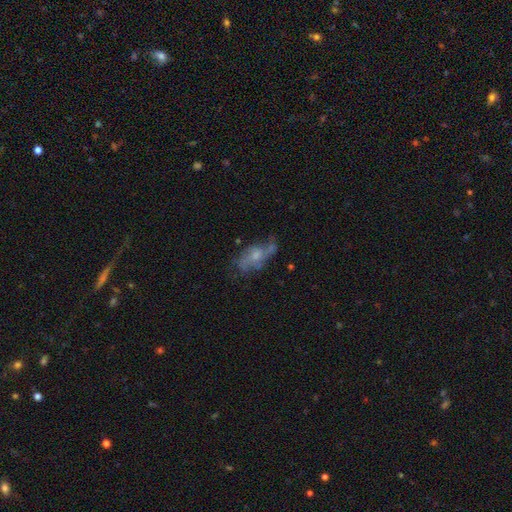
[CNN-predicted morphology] Smooth or featured? Predicted: featured or disk (p=0.59). Edge-on disk? Predicted: no (p=0.91). Bar? Predicted: no (p=0.74). Spiral arms? Predicted: yes (p=0.65). Bulge size? Predicted: small (p=0.45). Merging? Predicted: none (p=0.47).